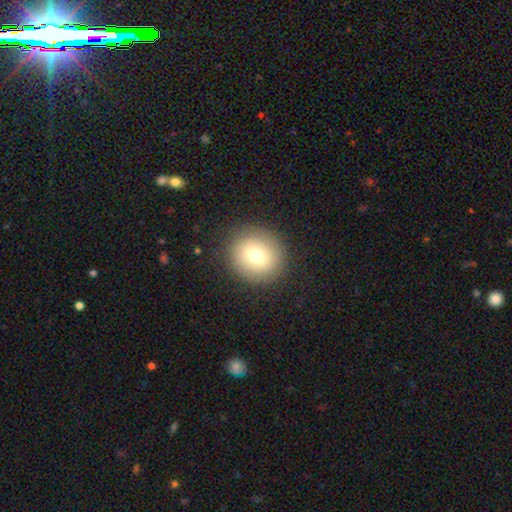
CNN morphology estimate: This appears to be a smooth galaxy with no disk features (71%) that is round (87%). Merging: none (89%).